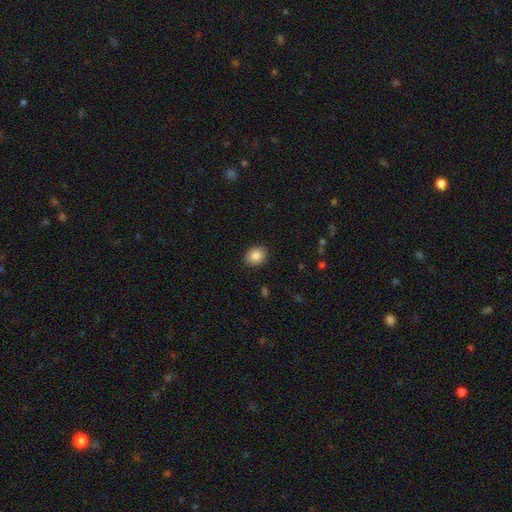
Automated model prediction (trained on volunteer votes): This is clearly a smooth galaxy (88%). How rounded: possibly in between (52%). Merging: clearly none (87%).